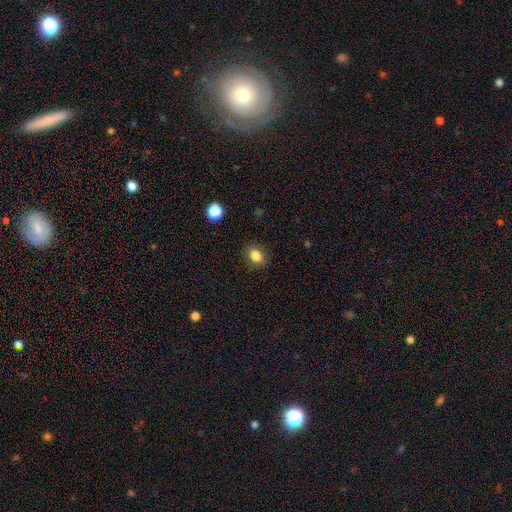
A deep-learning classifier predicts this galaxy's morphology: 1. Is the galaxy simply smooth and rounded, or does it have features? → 84% smooth, 10% star or artifact, 6% featured or disk.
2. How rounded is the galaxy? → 54% in between, 45% round, 1% cigar-shaped.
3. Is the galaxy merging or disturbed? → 86% none, 9% minor disturbance, 3% major disturbance, 1% merger.